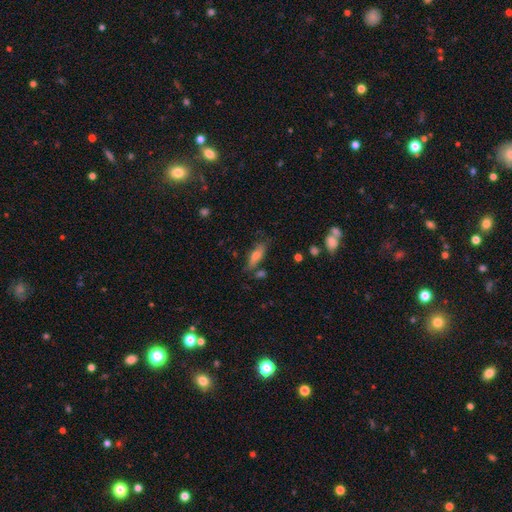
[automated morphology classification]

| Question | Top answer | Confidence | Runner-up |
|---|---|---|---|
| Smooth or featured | smooth | 66% | featured or disk (24%) |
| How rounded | in between | 51% | cigar-shaped (46%) |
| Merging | none | 65% | minor disturbance (20%) |